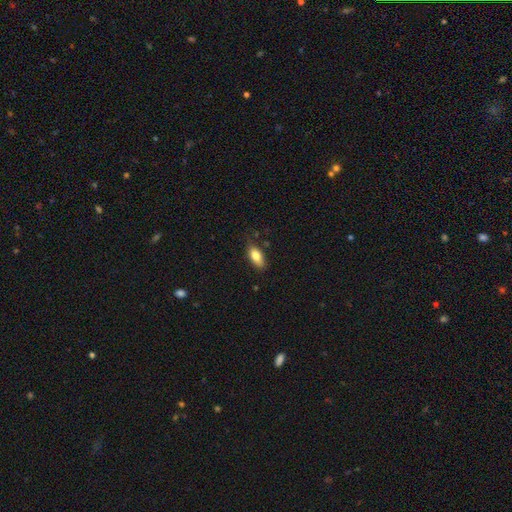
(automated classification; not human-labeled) Q: Smooth or featured?
A: smooth (80%); runner-up: featured or disk (13%)
Q: How rounded?
A: in between (86%); runner-up: cigar-shaped (11%)
Q: Merging?
A: none (76%); runner-up: minor disturbance (19%)